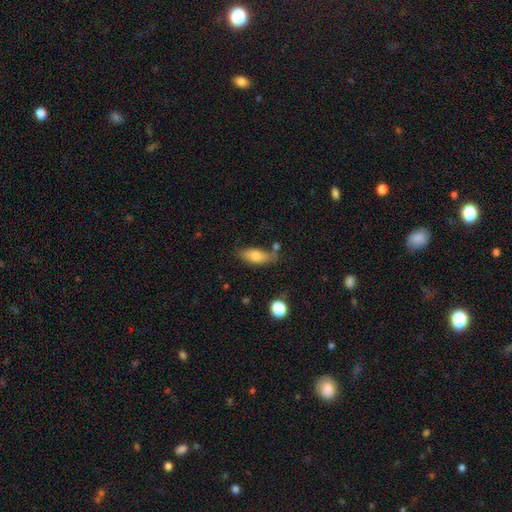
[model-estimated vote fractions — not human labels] Overall: smooth (73%). How rounded: in between (79%). Merging: none (62%).